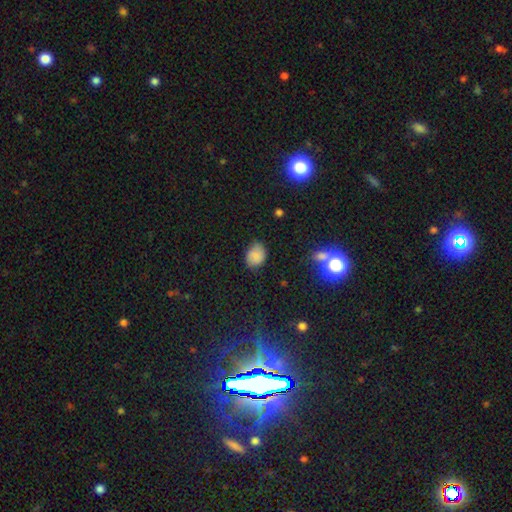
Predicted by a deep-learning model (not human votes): Smooth or featured? Predicted: smooth (p=0.82). How rounded? Predicted: in between (p=0.55). Merging? Predicted: none (p=0.71).